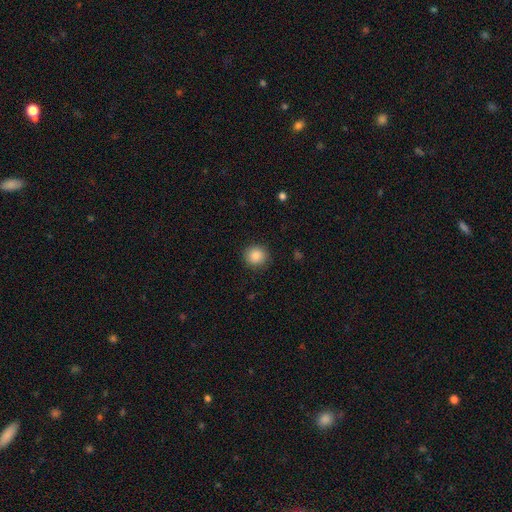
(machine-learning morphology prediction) Smooth or featured? Predicted: smooth (p=0.87). How rounded? Predicted: round (p=0.90). Merging? Predicted: none (p=0.89).